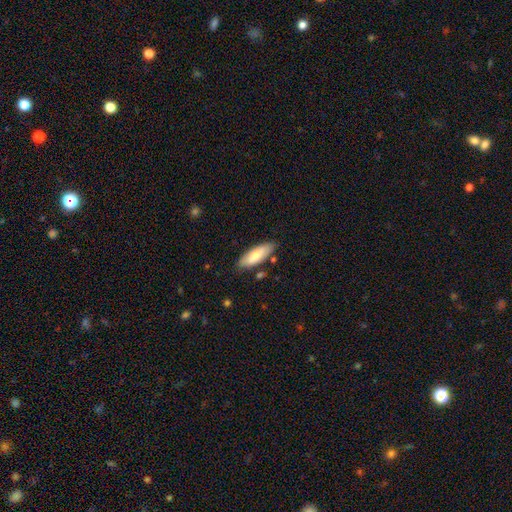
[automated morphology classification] The model was most divided on "how rounded": in between: 66%, cigar-shaped: 32%, round: 2%. More confident: merging — none (82%); smooth or featured — smooth (72%).